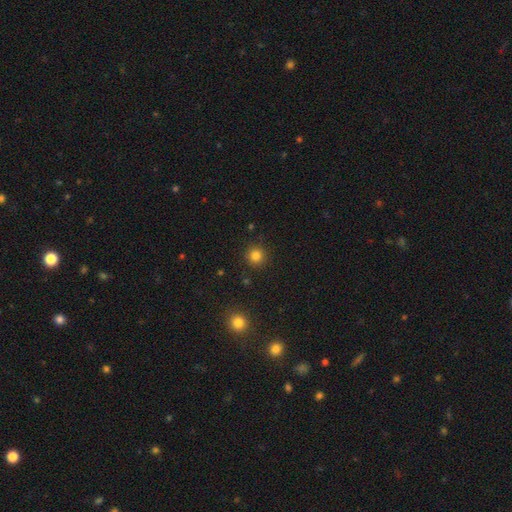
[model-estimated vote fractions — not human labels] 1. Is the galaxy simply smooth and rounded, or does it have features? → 82% smooth, 14% star or artifact, 5% featured or disk.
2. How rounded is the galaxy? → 94% round, 5% in between, 1% cigar-shaped.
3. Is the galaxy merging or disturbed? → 90% none, 6% minor disturbance, 2% major disturbance, 2% merger.